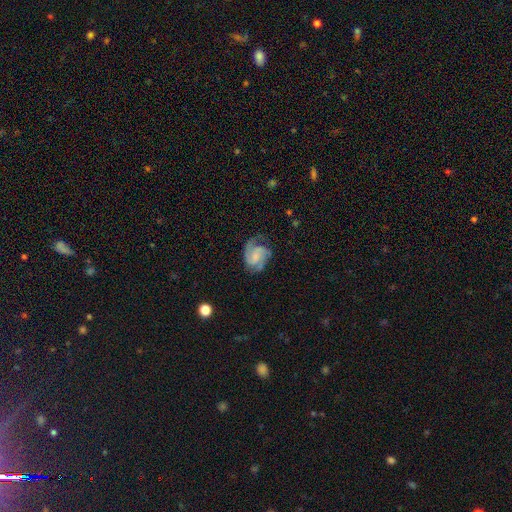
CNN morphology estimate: smooth-or-featured: featured or disk: 80% | smooth: 14% | star or artifact: 6%
  disk-edge-on: no: 98% | yes: 2%
    bar: no: 52% | weak: 39% | strong: 9%
    has-spiral-arms: yes: 96% | no: 4%
      spiral-winding: medium: 50% | tight: 34% | loose: 16%
      spiral-arm-count: 2: 56% | 3: 23% | can't tell: 10% | 1: 5% | 4: 3% | more than 4: 3%
    bulge-size: small: 43% | none: 28% | moderate: 23% | large: 4% | dominant: 1%
  merging: none: 64% | minor disturbance: 21% | major disturbance: 13% | merger: 2%